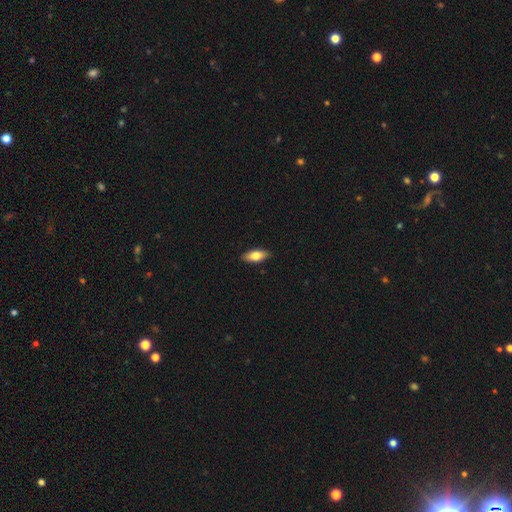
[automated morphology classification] Q: Smooth or featured?
A: smooth (75%); runner-up: featured or disk (19%)
Q: How rounded?
A: in between (81%); runner-up: cigar-shaped (16%)
Q: Merging?
A: none (89%); runner-up: minor disturbance (8%)